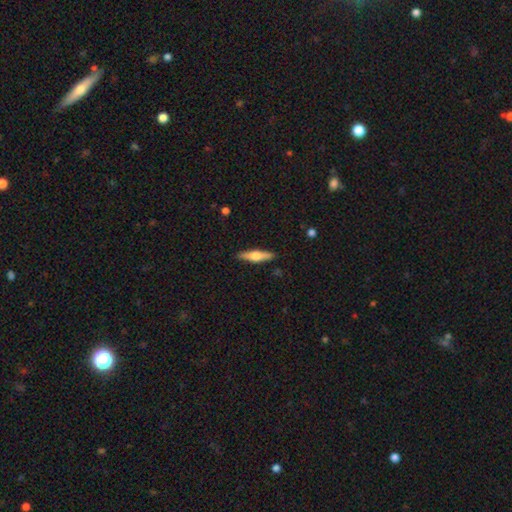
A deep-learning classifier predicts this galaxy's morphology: type=featured or disk (51%); edge-on=yes (94%); merging=none (90%).